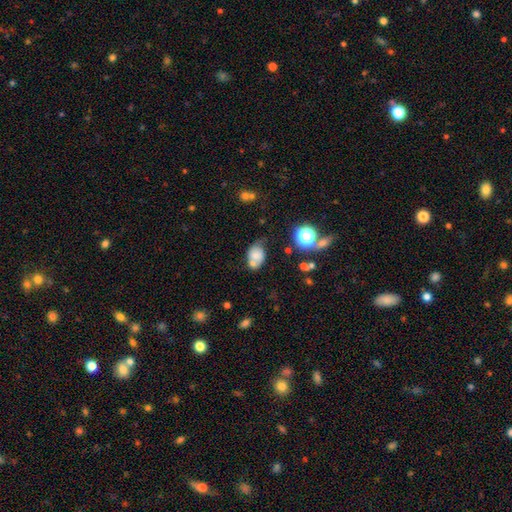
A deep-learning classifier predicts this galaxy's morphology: A smooth galaxy with no disk features (63%) that is in between round and cigar-shaped (69%).

Vote fractions:
- Smooth or featured? smooth: 63% / featured or disk: 24% / star or artifact: 13%
- How rounded? in between: 69% / round: 30% / cigar-shaped: 1%
- Merging? none: 37% / merger: 35% / minor disturbance: 20% / major disturbance: 8%